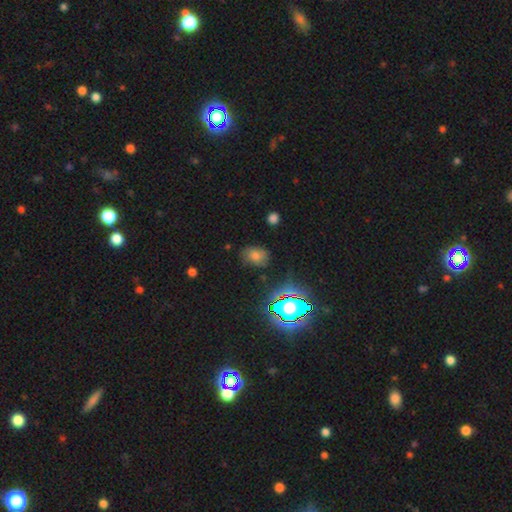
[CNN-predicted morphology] A smooth galaxy with no disk features (55%) that is in between round and cigar-shaped (63%). Merging: none (78%).